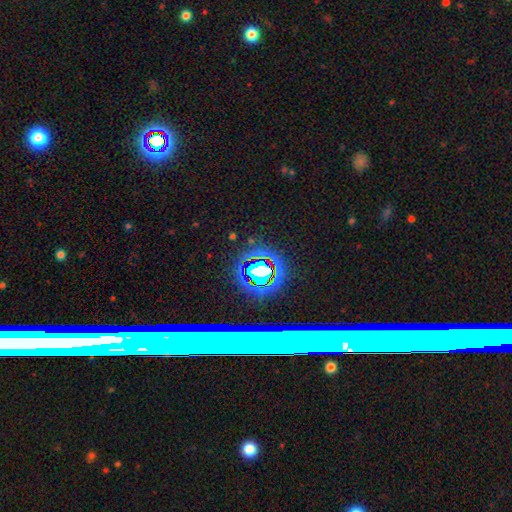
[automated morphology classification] type=star or artifact (61%).